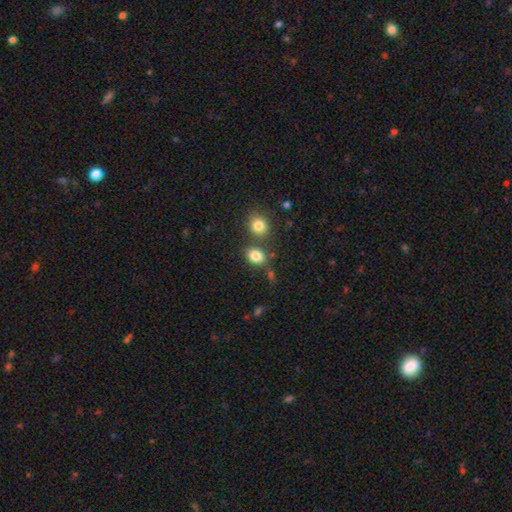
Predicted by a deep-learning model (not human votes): Overall: smooth (83%). How rounded: in between (58%; round 40%). Merging: none (65%).